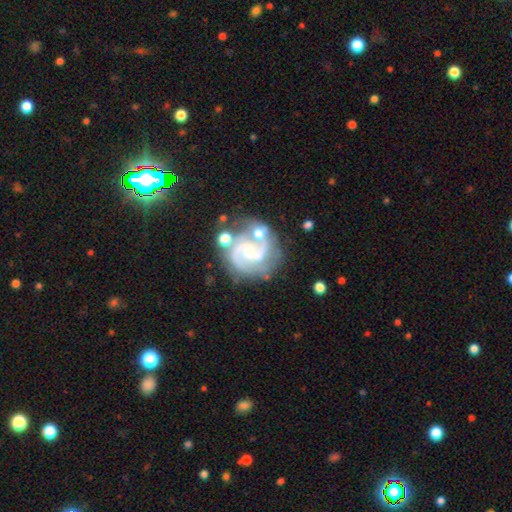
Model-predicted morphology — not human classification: Overall: featured or disk (89%). Edge-on disk: no (98%). Bar: no (47%; weak 42%). Spiral arms: yes (98%). Spiral arm count: 2 (82%). Spiral winding: medium (59%; tight 27%). Bulge size: small (64%; moderate 24%). Merging: none (60%).